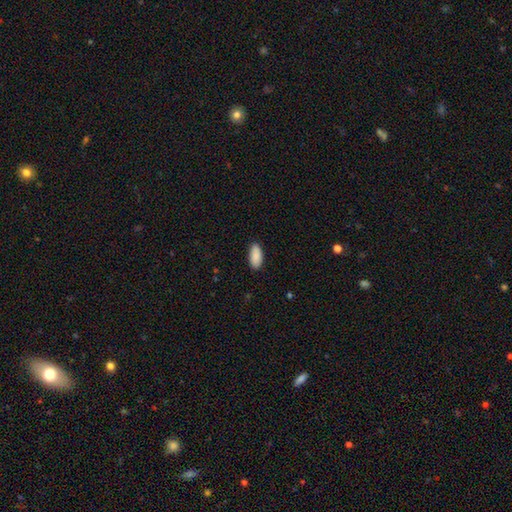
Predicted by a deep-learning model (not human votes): smooth 90%, star or artifact 6%, featured or disk 4%. Down the decision tree: how rounded — in between (91%); merging — none (88%).